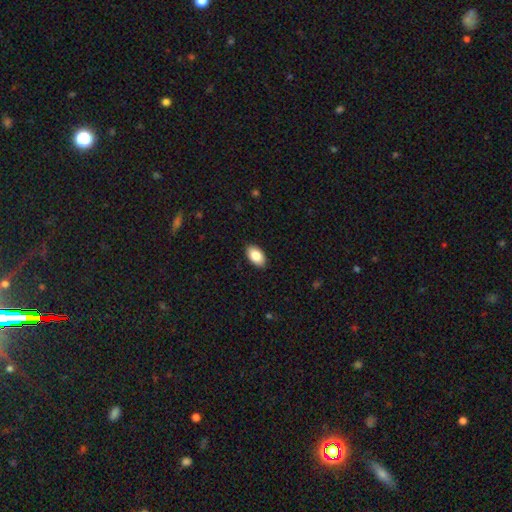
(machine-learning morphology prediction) smooth-or-featured: smooth: 86% | featured or disk: 7% | star or artifact: 7%
  how-rounded: in between: 94% | round: 5% | cigar-shaped: 1%
  merging: none: 89% | minor disturbance: 8% | major disturbance: 2% | merger: 1%